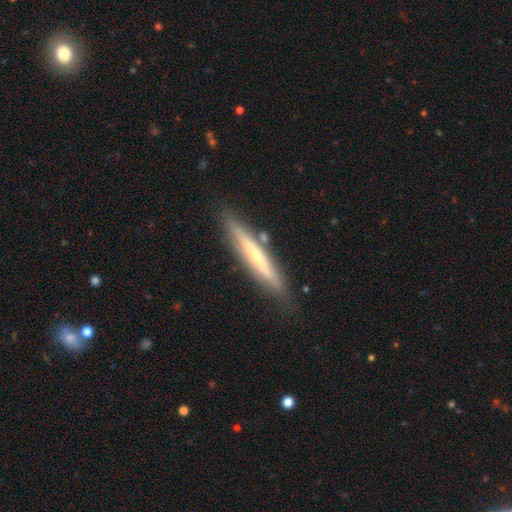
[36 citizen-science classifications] Q: Smooth or featured?
A: featured or disk (72%); runner-up: smooth (25%)
Q: Edge-on disk?
A: yes (100%)
Q: Edge-on bulge?
A: rounded (65%); runner-up: none (31%)
Q: Merging?
A: none (86%); runner-up: minor disturbance (11%)